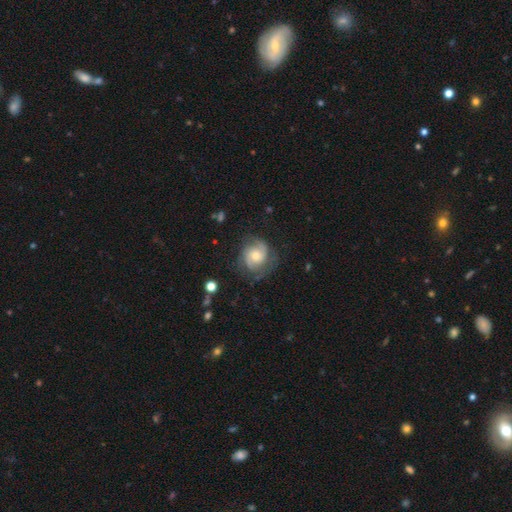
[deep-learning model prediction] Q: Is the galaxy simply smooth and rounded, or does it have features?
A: featured or disk — 74%.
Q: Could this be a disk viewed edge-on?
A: no — 98%.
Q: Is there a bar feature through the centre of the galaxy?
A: no — 68%.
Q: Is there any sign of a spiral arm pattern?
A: yes — 93%.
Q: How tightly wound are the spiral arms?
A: tight — 44%.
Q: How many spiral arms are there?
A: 2 — 64%.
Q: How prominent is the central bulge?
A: moderate — 54%.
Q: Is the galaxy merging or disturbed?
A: none — 68%.